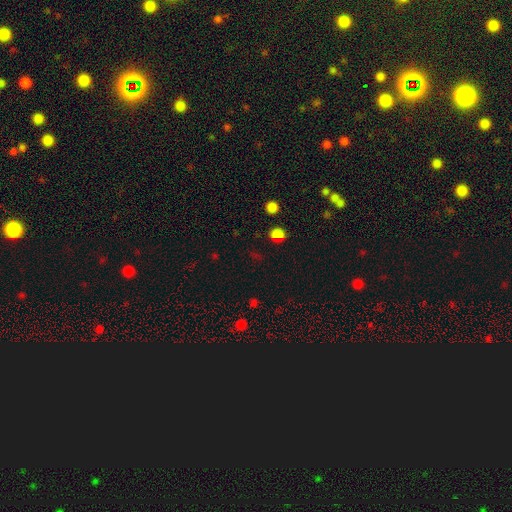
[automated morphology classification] Q: Smooth or featured?
A: star or artifact (48%); runner-up: smooth (46%)